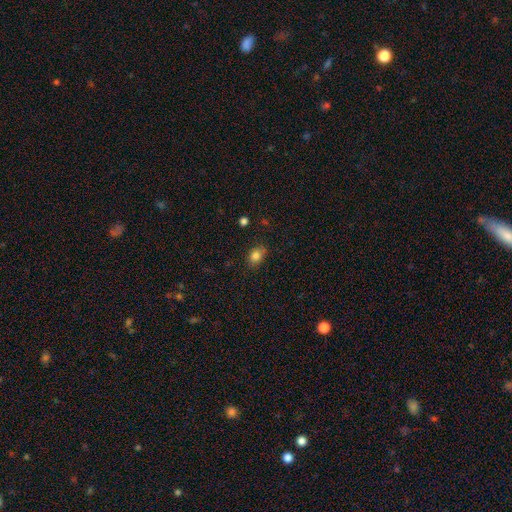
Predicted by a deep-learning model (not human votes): Smooth or featured: smooth — 83% (star or artifact — 11%)
How rounded: in between — 60% (round — 39%)
Merging: none — 78% (minor disturbance — 17%)